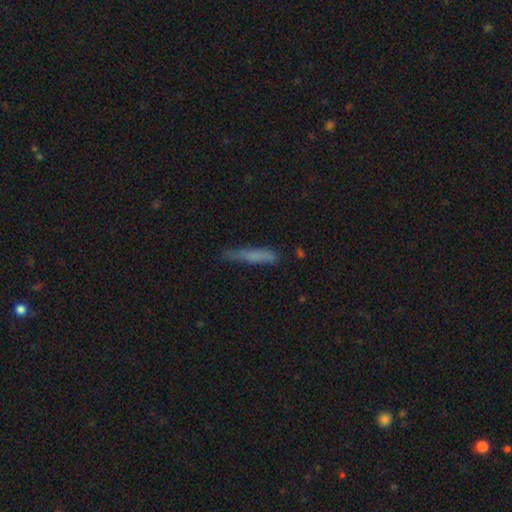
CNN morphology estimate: smooth 71%, featured or disk 20%, star or artifact 9%. Down the decision tree: how rounded — cigar-shaped (91%); merging — none (64%).